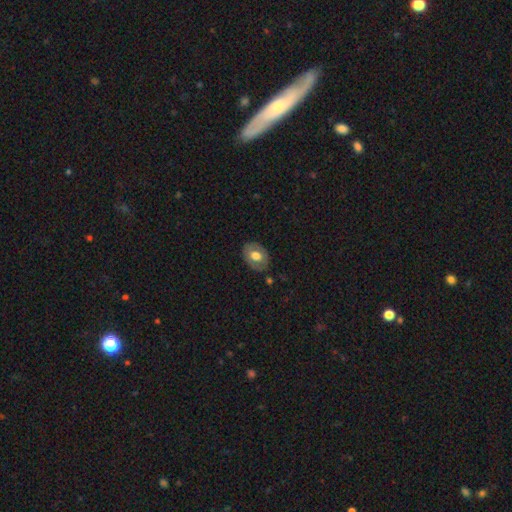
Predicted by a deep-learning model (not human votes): Overall: smooth (60%; featured or disk 33%). How rounded: in between (71%). Merging: none (81%).